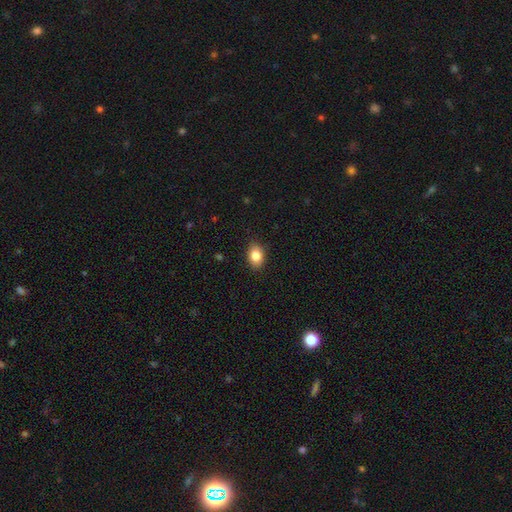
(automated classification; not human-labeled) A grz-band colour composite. It shows a smooth galaxy with no disk features (84%) that is in between round and cigar-shaped (75%). Merging: none (88%).